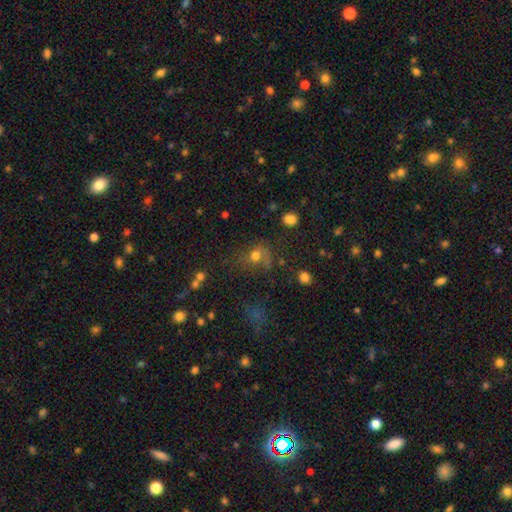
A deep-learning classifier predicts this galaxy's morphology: Smooth or featured?
  - smooth: 64% *
  - featured or disk: 18%
  - star or artifact: 17%
How rounded?
  - round: 69% *
  - in between: 30%
  - cigar-shaped: 1%
Merging?
  - none: 48% *
  - major disturbance: 24%
  - minor disturbance: 21%
  - merger: 7%